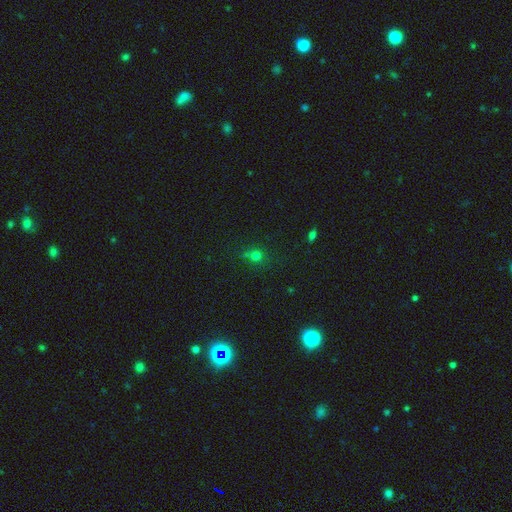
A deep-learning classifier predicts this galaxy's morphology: The model was most divided on "smooth or featured": smooth: 68%, star or artifact: 25%, featured or disk: 7%. More confident: how rounded — round (83%); merging — none (67%).